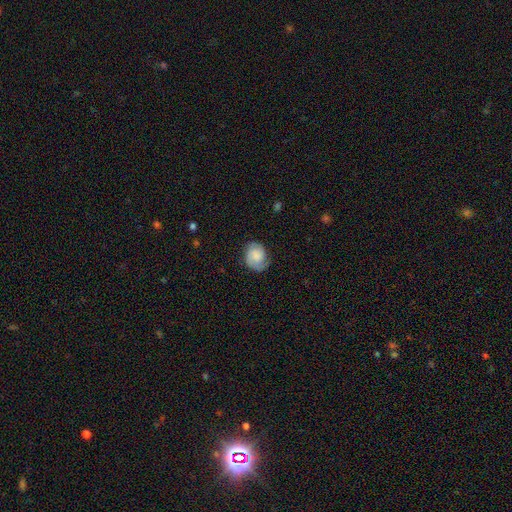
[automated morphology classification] A featured or disk galaxy (59%) with no bar (62%), 2 (74%) tight (48%) spiral arms (93%) and no central bulge (34%).

Vote fractions:
- Smooth or featured? featured or disk: 59% / smooth: 33% / star or artifact: 8%
- Edge-on disk? no: 98% / yes: 2%
- Bar? no: 62% / weak: 33% / strong: 6%
- Spiral arms? yes: 93% / no: 7%
- Spiral winding? tight: 48% / medium: 39% / loose: 13%
- Spiral arm count? 2: 74% / 1: 12% / can't tell: 9% / 3: 3% / 4: 1% / more than 4: 1%
- Bulge size? none: 34% / small: 26% / moderate: 23% / large: 14% / dominant: 3%
- Merging? none: 72% / minor disturbance: 20% / major disturbance: 7% / merger: 1%